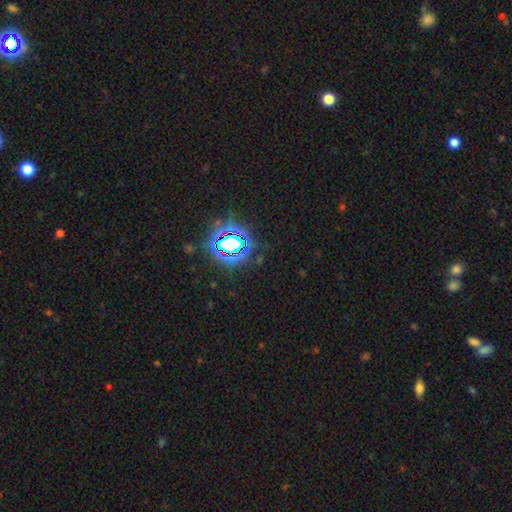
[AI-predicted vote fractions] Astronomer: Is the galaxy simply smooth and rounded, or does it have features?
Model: star or artifact — 82%.